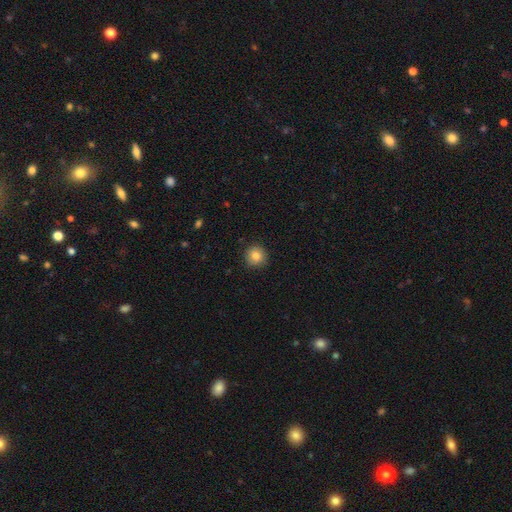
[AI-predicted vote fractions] Q: Smooth or featured?
A: smooth (83%); runner-up: star or artifact (10%)
Q: How rounded?
A: round (94%); runner-up: in between (5%)
Q: Merging?
A: none (91%); runner-up: minor disturbance (6%)